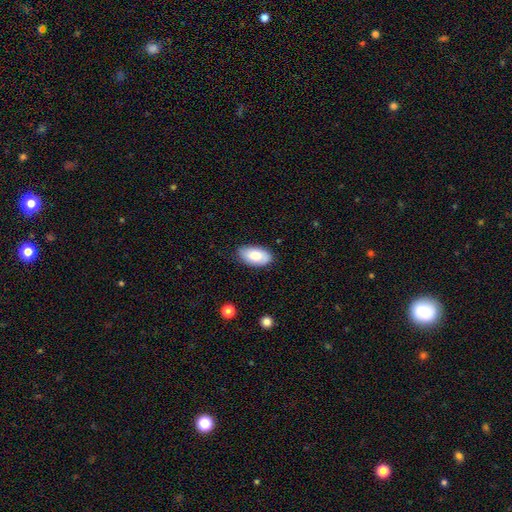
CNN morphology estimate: Smooth or featured? Predicted: smooth (p=0.79). How rounded? Predicted: in between (p=0.95). Merging? Predicted: none (p=0.82).